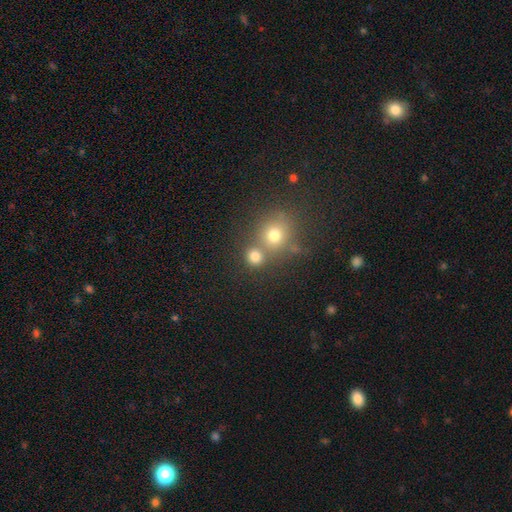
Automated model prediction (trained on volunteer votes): Morphology: type=smooth (71%); roundness=round (83%); merging=none (51%).